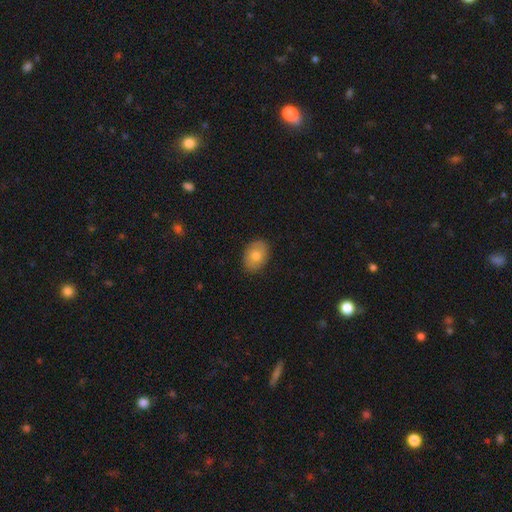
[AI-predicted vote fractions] Smooth or featured: smooth — 73% (featured or disk — 20%)
How rounded: in between — 75% (round — 24%)
Merging: none — 86% (minor disturbance — 11%)